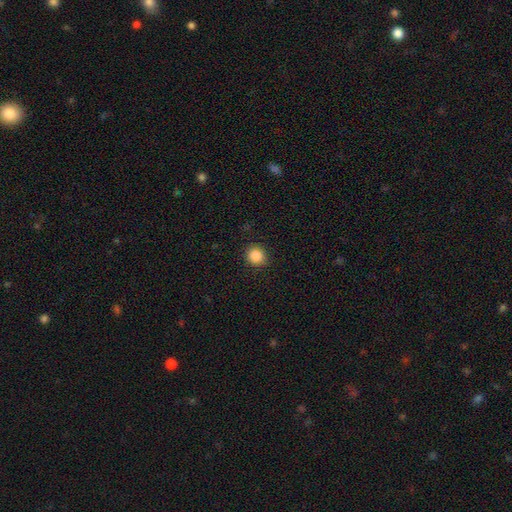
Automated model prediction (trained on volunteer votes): smooth 87%, star or artifact 10%, featured or disk 3%. Down the decision tree: how rounded — round (92%); merging — none (89%).